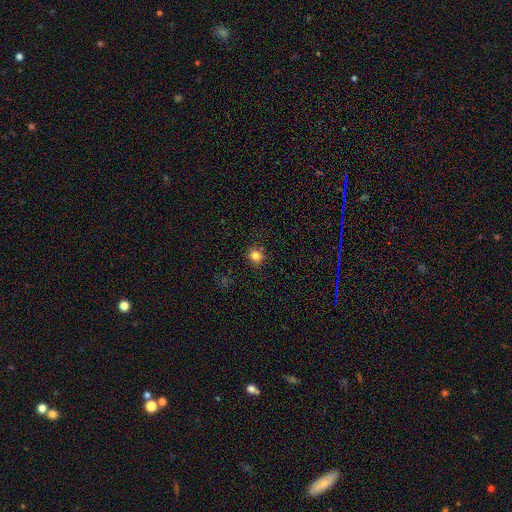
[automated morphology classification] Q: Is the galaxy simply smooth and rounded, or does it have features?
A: smooth — 82%.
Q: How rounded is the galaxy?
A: round — 83%.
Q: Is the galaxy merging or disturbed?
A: none — 83%.